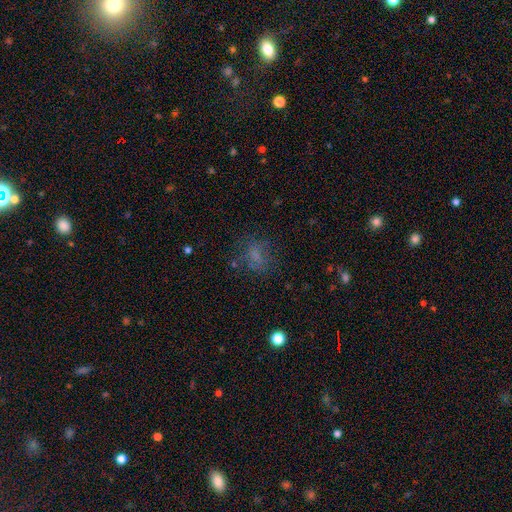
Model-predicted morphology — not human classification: The model was most divided on "how rounded": in between: 50%, round: 48%, cigar-shaped: 2%. More confident: merging — none (64%); smooth or featured — smooth (59%).